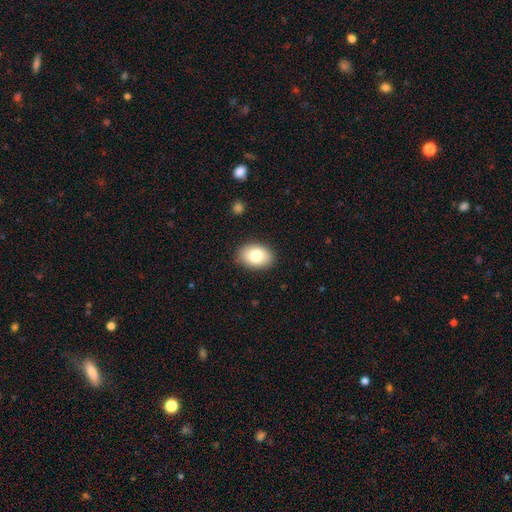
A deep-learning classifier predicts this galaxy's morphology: This is clearly a smooth galaxy (82%). How rounded: clearly in between (83%). Merging: clearly none (87%).